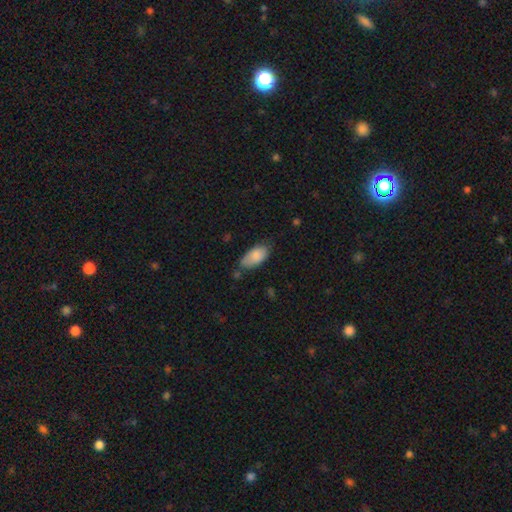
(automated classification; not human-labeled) Smooth or featured? smooth (85%)
How rounded? in between (93%)
Merging? none (58%)